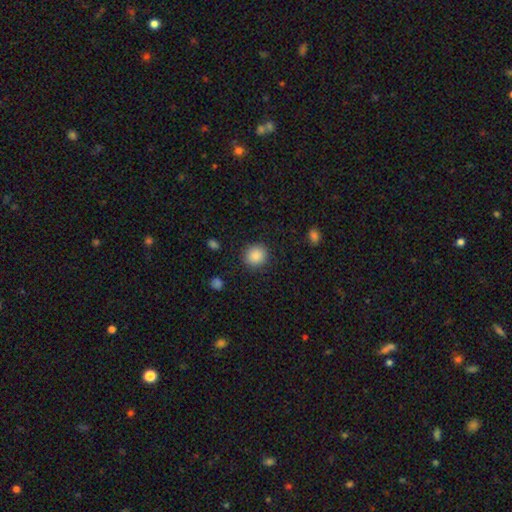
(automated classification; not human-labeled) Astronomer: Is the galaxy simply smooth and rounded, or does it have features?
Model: smooth — 88%.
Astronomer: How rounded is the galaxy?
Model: round — 86%.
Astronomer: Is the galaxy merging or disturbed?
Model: none — 89%.